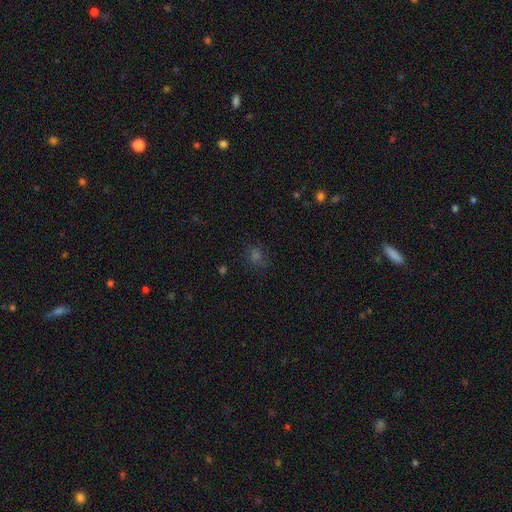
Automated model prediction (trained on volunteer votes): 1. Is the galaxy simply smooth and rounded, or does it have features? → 51% smooth, 36% star or artifact, 12% featured or disk.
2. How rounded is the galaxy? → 69% round, 29% in between, 1% cigar-shaped.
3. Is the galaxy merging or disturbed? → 79% none, 13% minor disturbance, 6% major disturbance, 2% merger.